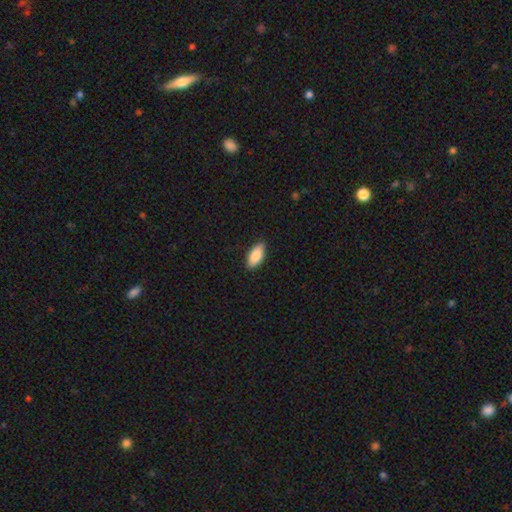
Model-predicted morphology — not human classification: Smooth or featured? smooth (87%)
How rounded? in between (89%)
Merging? none (88%)